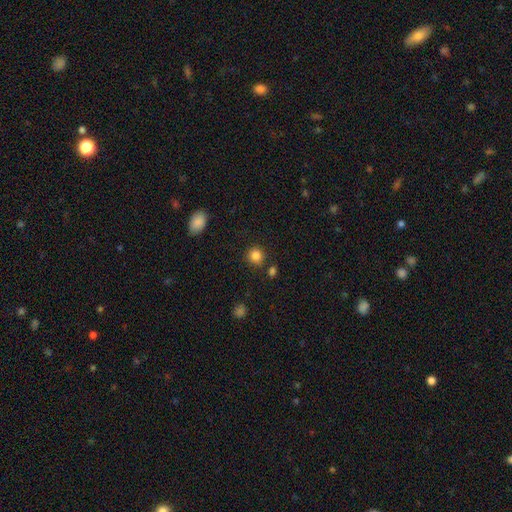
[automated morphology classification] Smooth or featured? smooth (84%)
How rounded? round (90%)
Merging? none (85%)